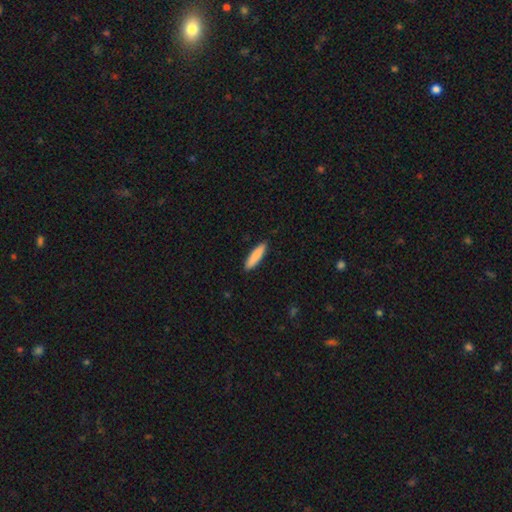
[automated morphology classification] A smooth galaxy with no disk features (87%) that is cigar-shaped (78%).

Vote fractions:
- Smooth or featured? smooth: 87% / featured or disk: 7% / star or artifact: 5%
- How rounded? cigar-shaped: 78% / in between: 21% / round: 1%
- Merging? none: 90% / minor disturbance: 7% / major disturbance: 1% / merger: 1%